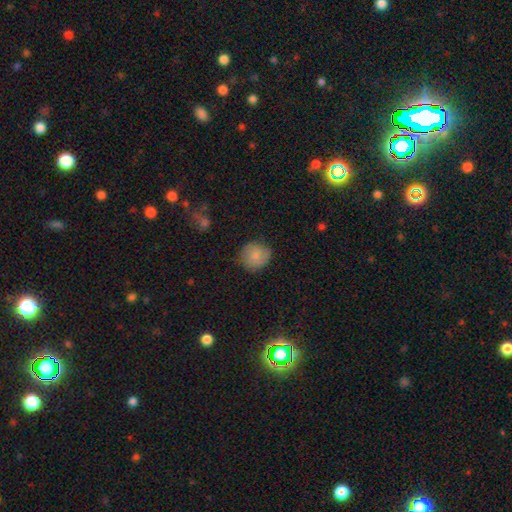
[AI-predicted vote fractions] smooth-or-featured: smooth: 79% | featured or disk: 14% | star or artifact: 7%
  how-rounded: round: 87% | in between: 12% | cigar-shaped: 1%
  merging: none: 76% | minor disturbance: 19% | major disturbance: 4% | merger: 1%